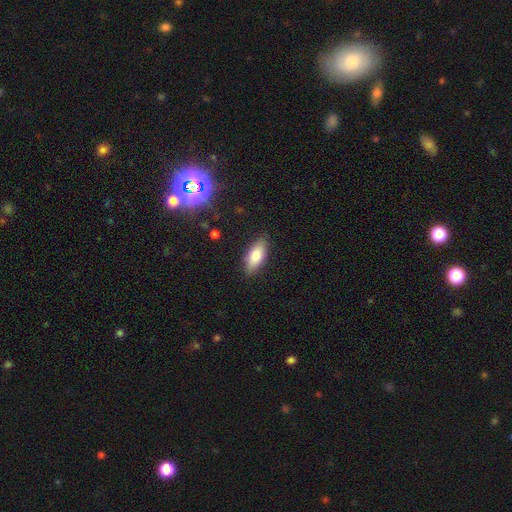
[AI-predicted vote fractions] Morphology: type=smooth (78%); roundness=in between (80%); merging=none (86%).